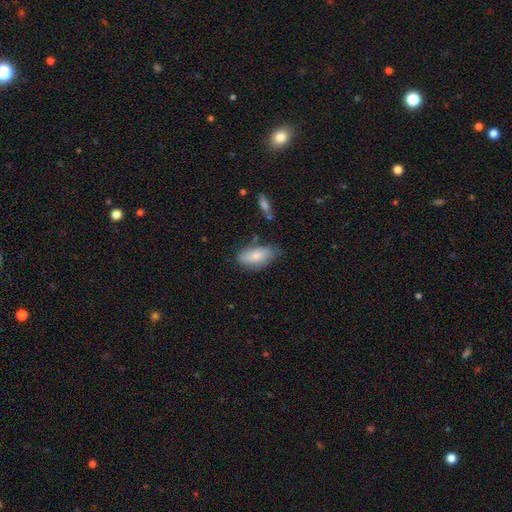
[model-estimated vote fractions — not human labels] smooth-or-featured: smooth: 76% | featured or disk: 18% | star or artifact: 6%
  how-rounded: in between: 91% | cigar-shaped: 5% | round: 3%
  merging: none: 61% | minor disturbance: 28% | major disturbance: 6% | merger: 4%